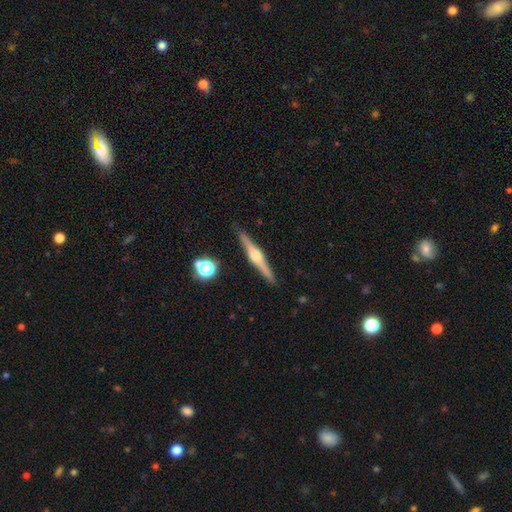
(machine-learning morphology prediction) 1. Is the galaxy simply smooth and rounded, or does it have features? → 81% featured or disk, 13% smooth, 6% star or artifact.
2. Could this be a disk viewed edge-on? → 98% yes, 2% no.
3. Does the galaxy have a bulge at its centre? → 92% rounded, 5% boxy, 2% none.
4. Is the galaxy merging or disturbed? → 91% none, 6% minor disturbance, 1% merger, 1% major disturbance.